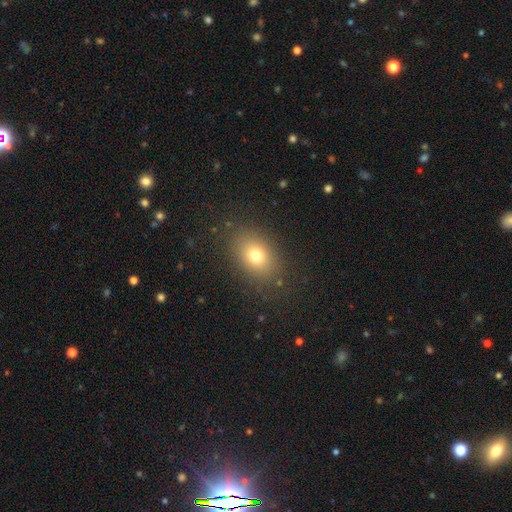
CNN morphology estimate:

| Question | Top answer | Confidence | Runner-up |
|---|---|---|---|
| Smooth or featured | smooth | 74% | star or artifact (14%) |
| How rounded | in between | 67% | round (32%) |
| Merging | none | 84% | minor disturbance (10%) |